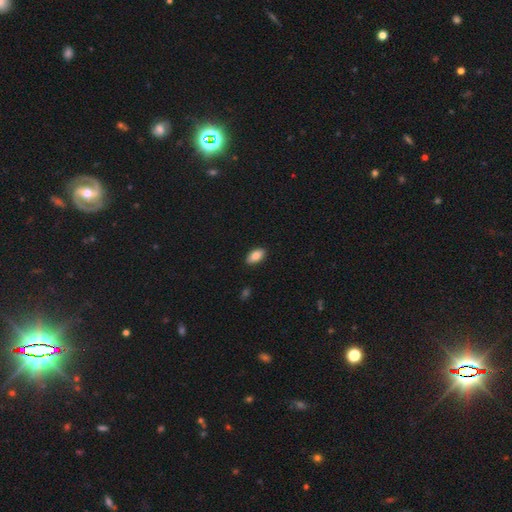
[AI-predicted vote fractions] smooth_or_featured: smooth (p=0.83) [alt: featured or disk p=0.09]
how_rounded: in between (p=0.93) [alt: cigar-shaped p=0.03]
merging: none (p=0.89) [alt: minor disturbance p=0.08]